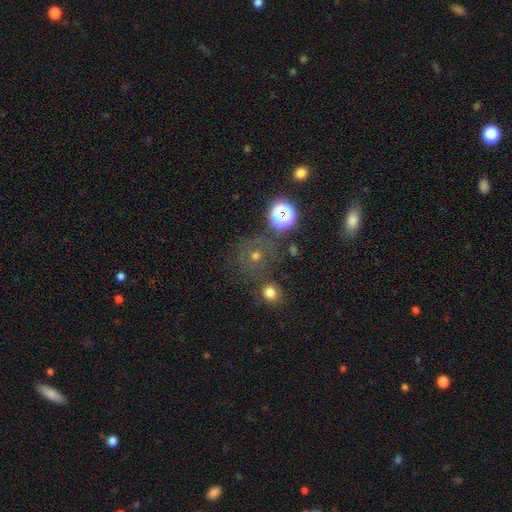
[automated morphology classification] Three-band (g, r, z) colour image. It shows a smooth galaxy with no disk features (50%) that is round (89%). Merging: none (74%).